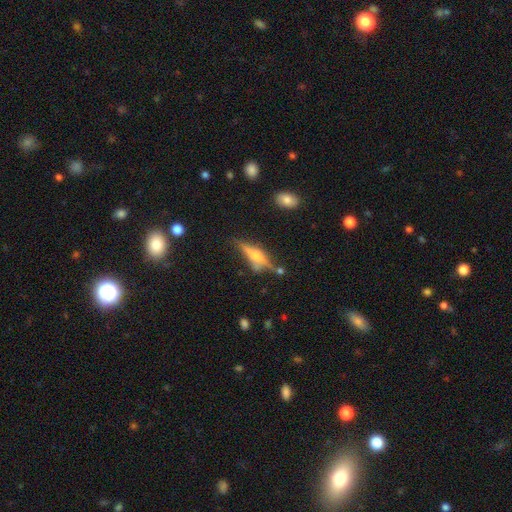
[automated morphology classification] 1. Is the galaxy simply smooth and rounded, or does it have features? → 66% featured or disk, 25% smooth, 9% star or artifact.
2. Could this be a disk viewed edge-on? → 93% yes, 7% no.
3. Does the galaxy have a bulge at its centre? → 88% rounded, 8% boxy, 4% none.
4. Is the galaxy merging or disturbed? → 68% none, 18% minor disturbance, 7% major disturbance, 7% merger.